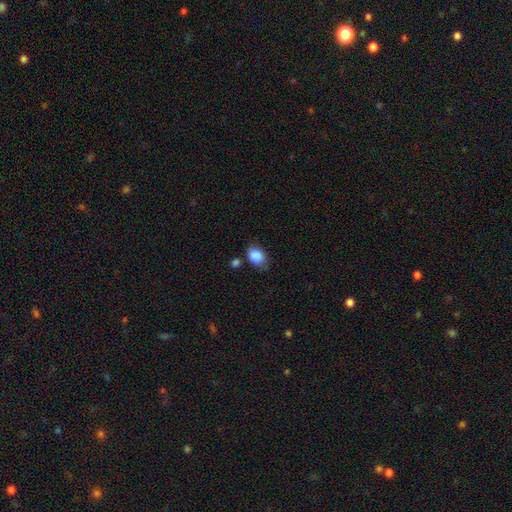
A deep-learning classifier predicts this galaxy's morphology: Smooth or featured?
  - smooth: 87% *
  - star or artifact: 8%
  - featured or disk: 5%
How rounded?
  - in between: 62% *
  - round: 37%
  - cigar-shaped: 1%
Merging?
  - none: 61% *
  - minor disturbance: 25%
  - merger: 8%
  - major disturbance: 7%